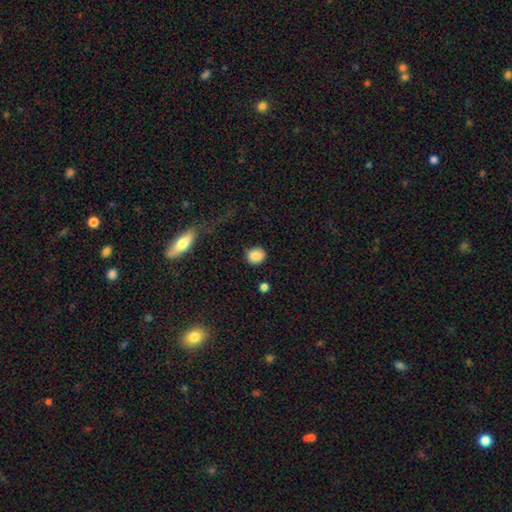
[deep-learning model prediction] smooth 85%, star or artifact 9%, featured or disk 6%. Down the decision tree: how rounded — round (77%); merging — none (81%).